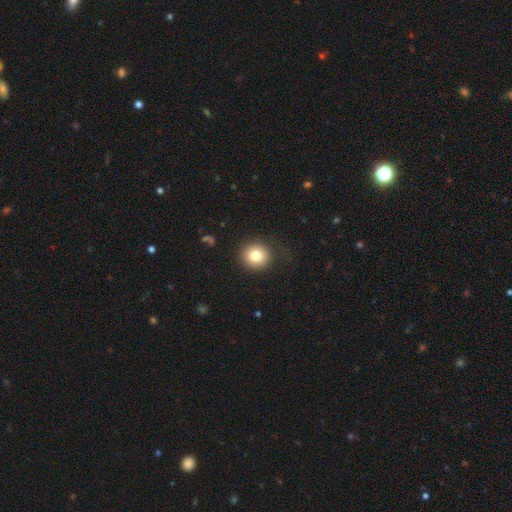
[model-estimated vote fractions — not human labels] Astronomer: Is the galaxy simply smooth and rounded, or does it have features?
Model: smooth — 82%.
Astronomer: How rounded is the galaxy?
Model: round — 90%.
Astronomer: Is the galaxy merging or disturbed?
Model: none — 85%.